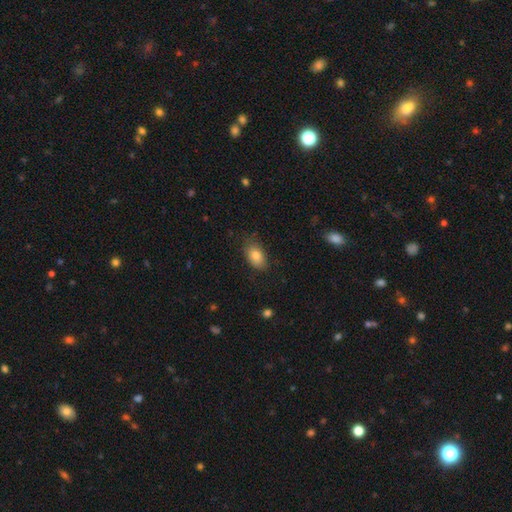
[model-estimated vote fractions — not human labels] smooth-or-featured: smooth: 82% | featured or disk: 9% | star or artifact: 8%
  how-rounded: in between: 88% | round: 11% | cigar-shaped: 2%
  merging: none: 76% | minor disturbance: 19% | major disturbance: 4% | merger: 1%